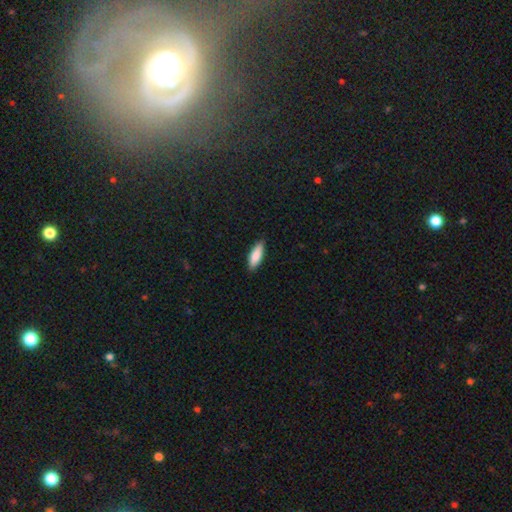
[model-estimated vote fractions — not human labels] Smooth or featured? smooth (85%)
How rounded? in between (58%)
Merging? none (88%)